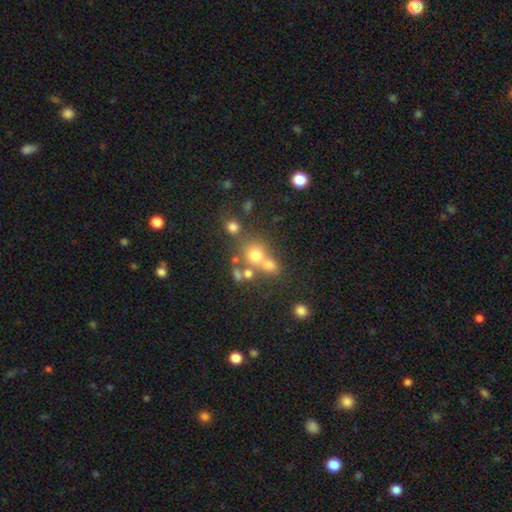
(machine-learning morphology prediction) Q: Smooth or featured?
A: smooth (63%); runner-up: star or artifact (19%)
Q: How rounded?
A: round (80%); runner-up: in between (18%)
Q: Merging?
A: none (44%); runner-up: merger (41%)